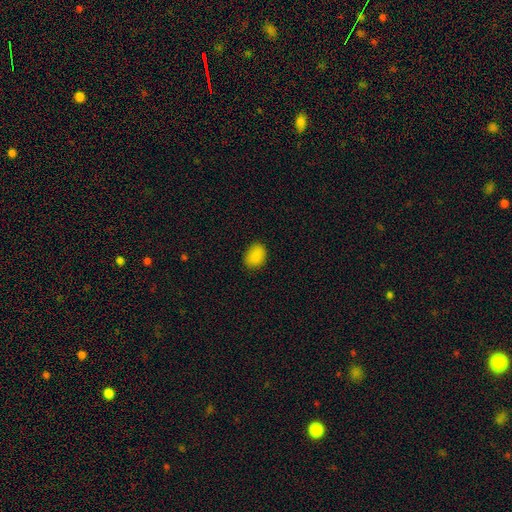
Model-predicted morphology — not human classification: smooth 87%, star or artifact 10%, featured or disk 3%. Down the decision tree: how rounded — in between (69%); merging — none (85%).